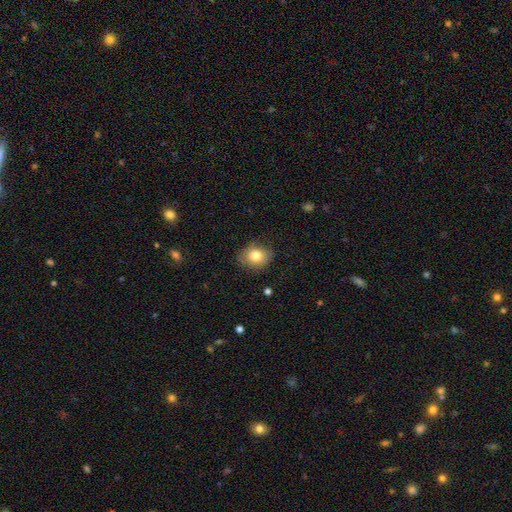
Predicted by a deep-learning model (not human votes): The model was most divided on "how rounded": round: 59%, in between: 40%, cigar-shaped: 1%. More confident: smooth or featured — smooth (80%); merging — none (79%).